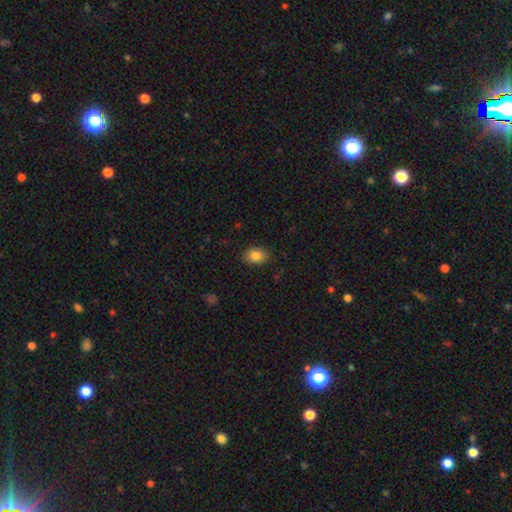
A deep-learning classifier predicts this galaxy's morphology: A smooth galaxy with no disk features (85%) that is in between round and cigar-shaped (77%). Merging: none (87%).